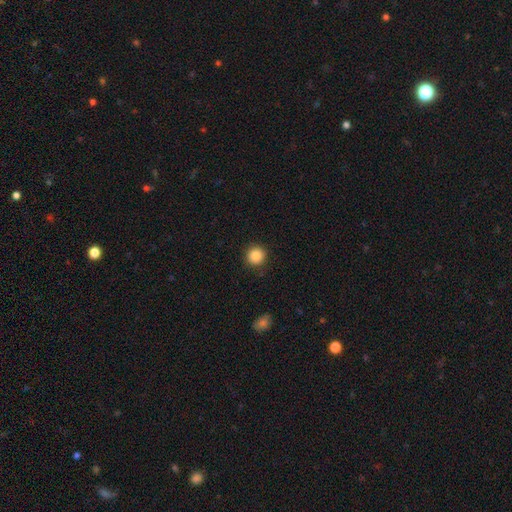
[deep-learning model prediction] smooth-or-featured: smooth: 87% | star or artifact: 9% | featured or disk: 3%
  how-rounded: round: 94% | in between: 5% | cigar-shaped: 1%
  merging: none: 91% | minor disturbance: 6% | major disturbance: 2% | merger: 1%